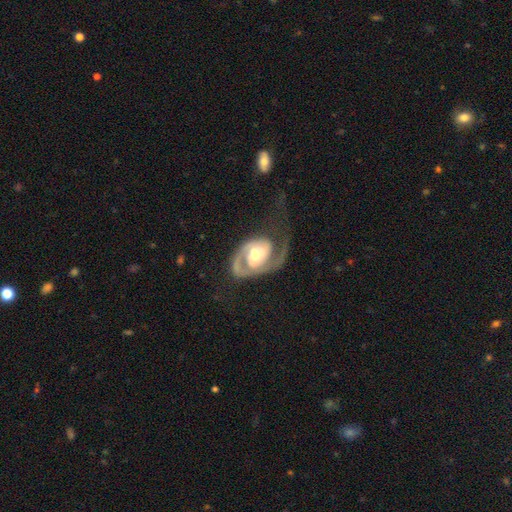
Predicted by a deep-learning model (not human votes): Overall: featured or disk (88%). Edge-on disk: no (98%). Bar: no (50%; weak 38%). Spiral arms: yes (96%). Spiral arm count: 2 (48%; 1 40%). Spiral winding: tight (44%; medium 40%). Bulge size: moderate (55%; small 29%). Merging: none (42%; major disturbance 36%).